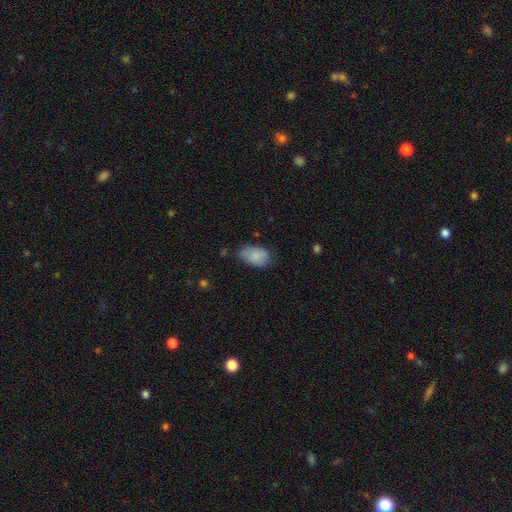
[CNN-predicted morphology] Smooth or featured? smooth (83%)
How rounded? in between (90%)
Merging? none (62%)